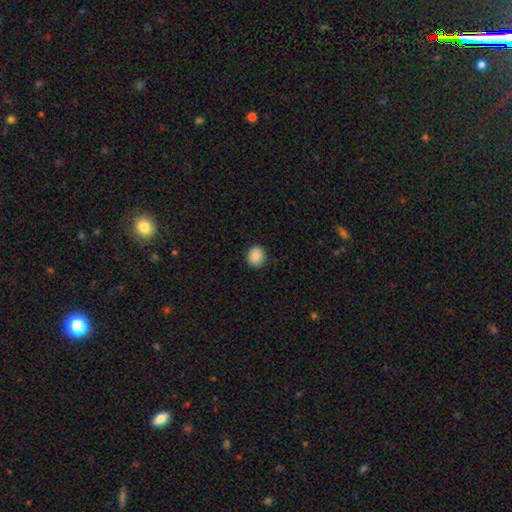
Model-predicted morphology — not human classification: The model was most divided on "how rounded": round: 83%, in between: 16%, cigar-shaped: 1%. More confident: merging — none (89%); smooth or featured — smooth (88%).